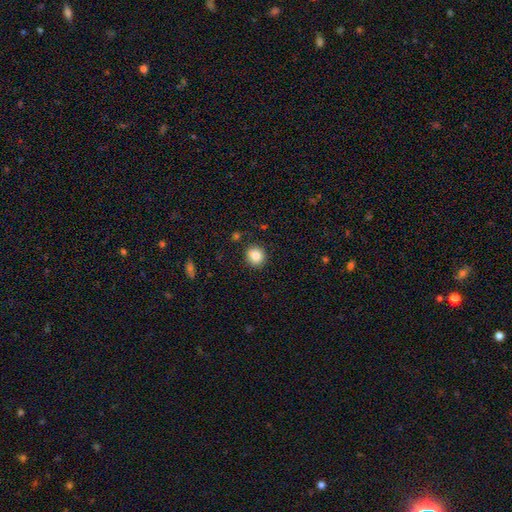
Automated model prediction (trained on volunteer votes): A smooth galaxy with no disk features (85%) that is round (87%). Merging: none (88%).